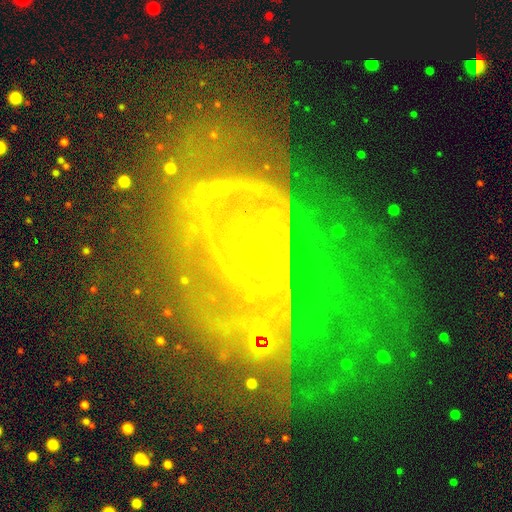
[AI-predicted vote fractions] Q: Smooth or featured?
A: featured or disk (77%); runner-up: star or artifact (13%)
Q: Edge-on disk?
A: no (95%); runner-up: yes (5%)
Q: Bar?
A: no (75%); runner-up: weak (18%)
Q: Spiral arms?
A: yes (71%); runner-up: no (29%)
Q: Spiral winding?
A: tight (50%); runner-up: medium (34%)
Q: Spiral arm count?
A: can't tell (38%); runner-up: 2 (36%)
Q: Bulge size?
A: small (78%); runner-up: moderate (14%)
Q: Merging?
A: none (47%); runner-up: major disturbance (28%)